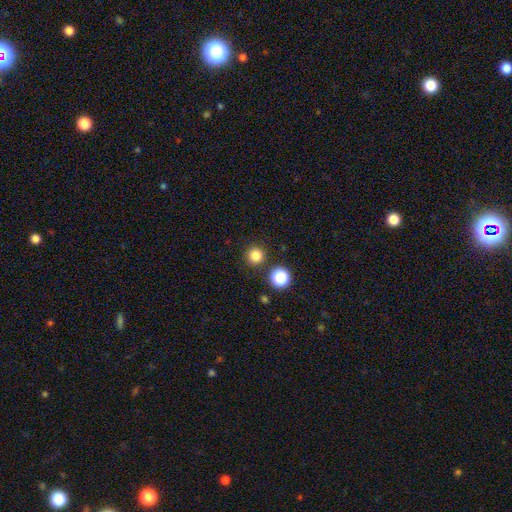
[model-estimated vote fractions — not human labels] smooth 82%, star or artifact 14%, featured or disk 4%. Down the decision tree: how rounded — round (96%); merging — none (90%).